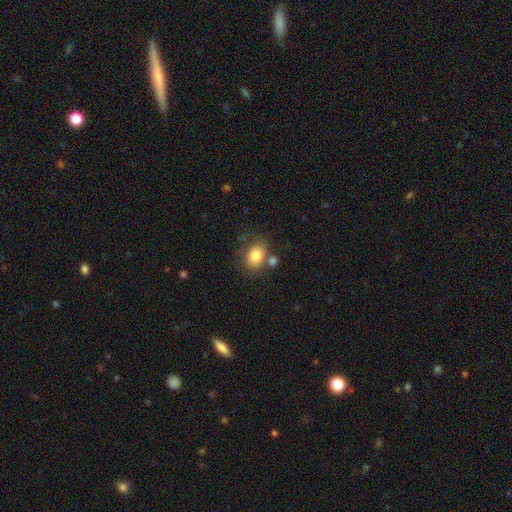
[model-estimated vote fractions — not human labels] Q: Smooth or featured?
A: smooth (81%); runner-up: featured or disk (10%)
Q: How rounded?
A: in between (55%); runner-up: round (44%)
Q: Merging?
A: none (63%); runner-up: merger (17%)